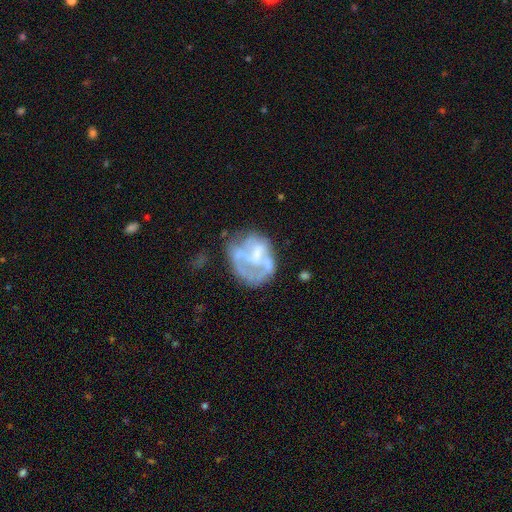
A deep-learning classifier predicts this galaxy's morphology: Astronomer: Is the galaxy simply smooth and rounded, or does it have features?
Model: featured or disk — 65%.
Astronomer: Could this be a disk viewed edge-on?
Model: no — 98%.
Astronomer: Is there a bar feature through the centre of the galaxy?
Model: no — 60%.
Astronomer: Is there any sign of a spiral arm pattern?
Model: no — 66%.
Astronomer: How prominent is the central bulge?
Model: none — 36% (runner-up: moderate, 31%).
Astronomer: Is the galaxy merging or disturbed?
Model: none — 34% (runner-up: major disturbance, 33%).